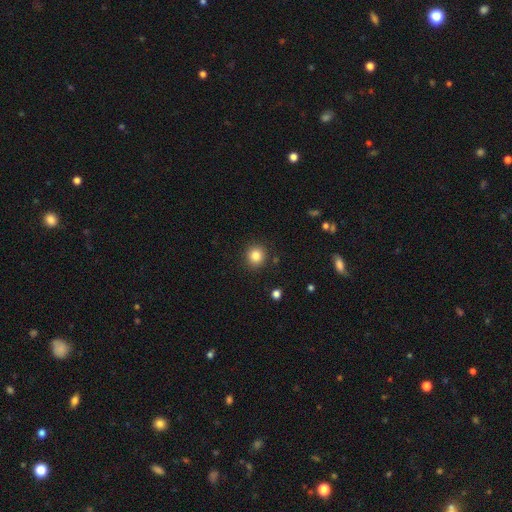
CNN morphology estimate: smooth_or_featured: smooth (p=0.84) [alt: star or artifact p=0.11]
how_rounded: round (p=0.91) [alt: in between p=0.09]
merging: none (p=0.90) [alt: minor disturbance p=0.07]